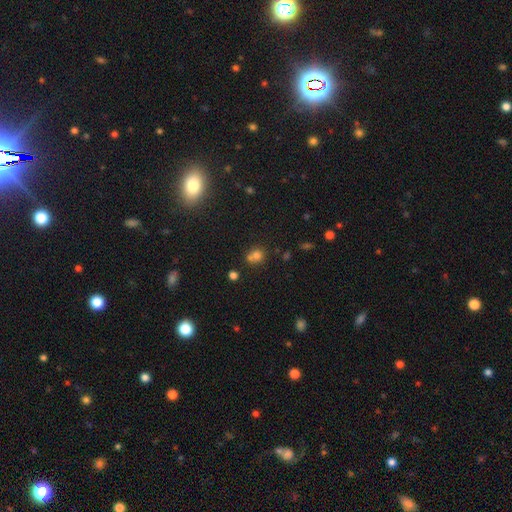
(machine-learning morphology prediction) Smooth or featured? smooth (72%)
How rounded? round (78%)
Merging? none (46%)